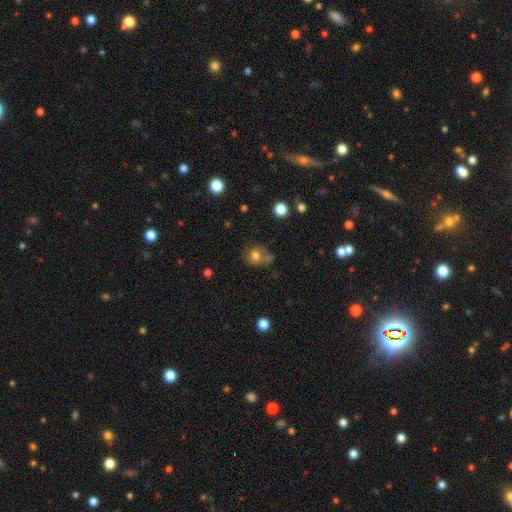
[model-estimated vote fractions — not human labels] Smooth or featured: smooth — 74% (star or artifact — 14%)
How rounded: round — 80% (in between — 19%)
Merging: none — 55% (minor disturbance — 20%)